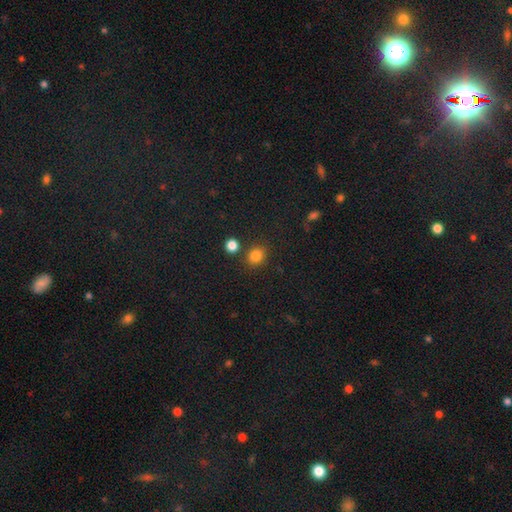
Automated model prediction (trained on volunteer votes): smooth_or_featured: smooth (p=0.82) [alt: star or artifact p=0.13]
how_rounded: round (p=0.74) [alt: in between p=0.25]
merging: none (p=0.79) [alt: minor disturbance p=0.09]